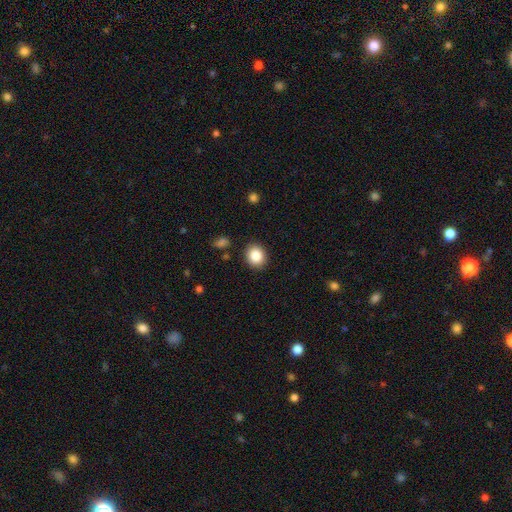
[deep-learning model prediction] smooth_or_featured: smooth (p=0.87) [alt: star or artifact p=0.09]
how_rounded: round (p=0.69) [alt: in between p=0.30]
merging: none (p=0.88) [alt: minor disturbance p=0.08]